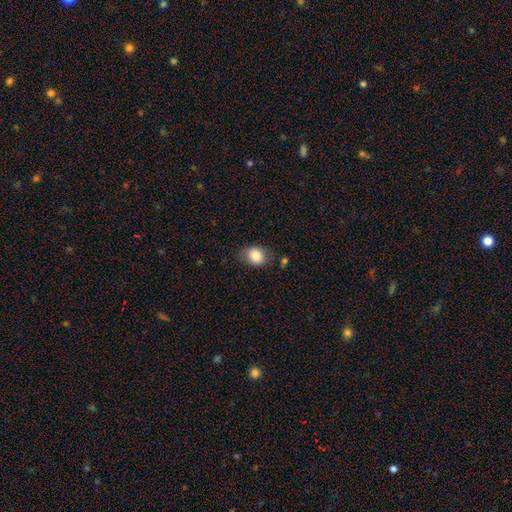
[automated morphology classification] Smooth or featured: smooth — 84% (star or artifact — 9%)
How rounded: round — 52% (in between — 47%)
Merging: none — 77% (minor disturbance — 16%)